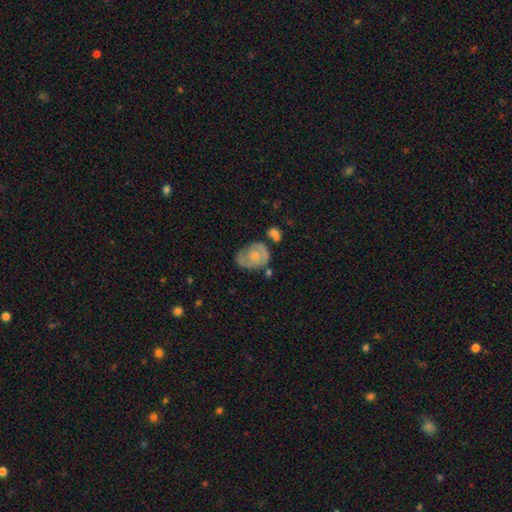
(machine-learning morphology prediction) Q: Smooth or featured?
A: featured or disk (48%); runner-up: smooth (45%)
Q: Merging?
A: none (48%); runner-up: minor disturbance (30%)